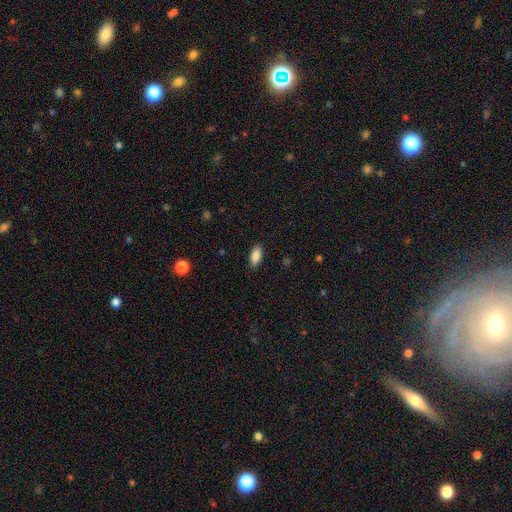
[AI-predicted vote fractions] A smooth galaxy with no disk features (86%) that is in between round and cigar-shaped (88%). Merging: none (87%).